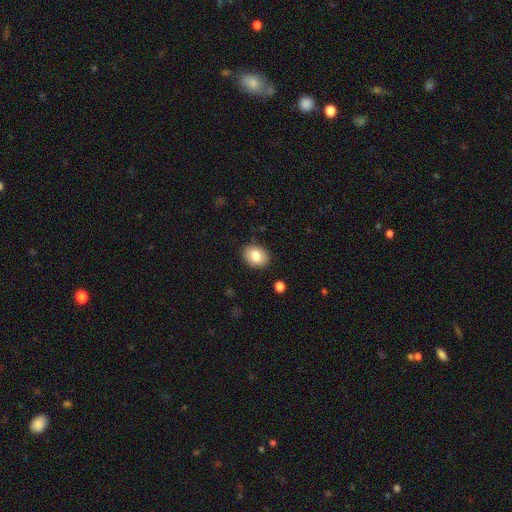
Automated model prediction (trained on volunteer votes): A smooth galaxy with no disk features (80%) that is in between round and cigar-shaped (66%). Merging: none (88%).